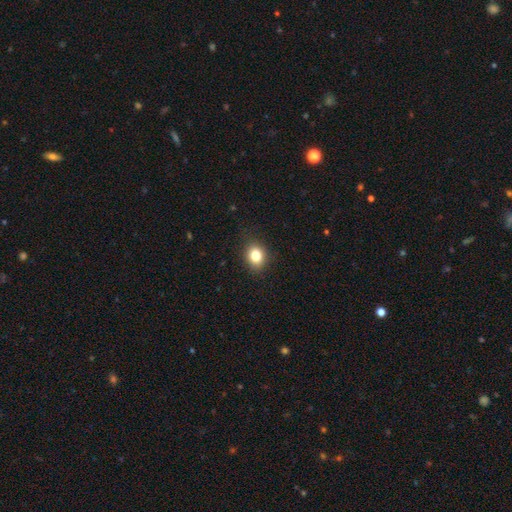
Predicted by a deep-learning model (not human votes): Morphology: type=smooth (82%); roundness=round (56%); merging=none (87%).